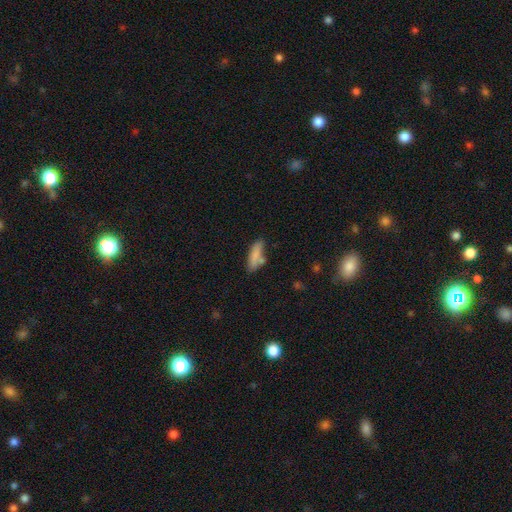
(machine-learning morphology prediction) The model was most divided on "how rounded": cigar-shaped: 52%, in between: 46%, round: 2%. More confident: smooth or featured — smooth (79%); merging — none (61%).